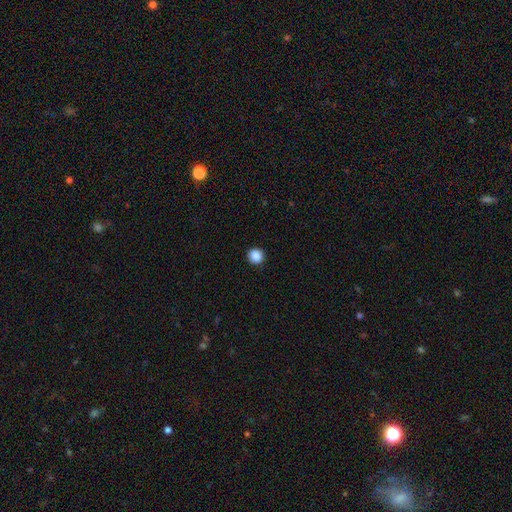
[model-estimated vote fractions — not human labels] Smooth or featured: smooth — 88% (star or artifact — 9%)
How rounded: round — 94% (in between — 5%)
Merging: none — 93% (minor disturbance — 5%)